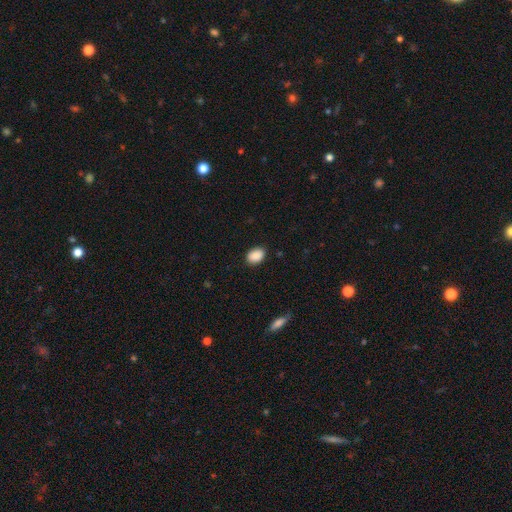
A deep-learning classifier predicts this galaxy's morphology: This appears to be a smooth galaxy with no disk features (89%) that is in between round and cigar-shaped (80%). Merging: none (86%).